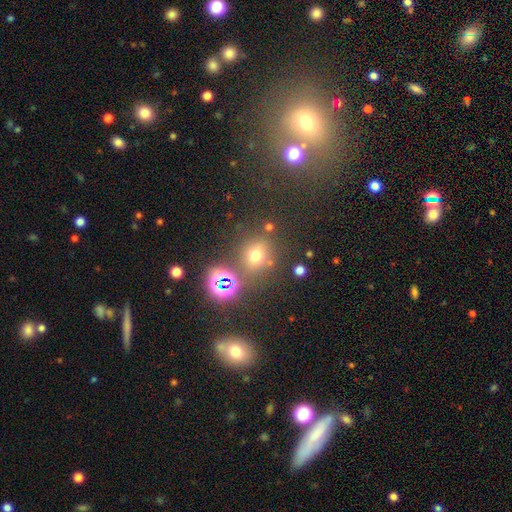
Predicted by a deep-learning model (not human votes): smooth-or-featured: smooth: 60% | star or artifact: 31% | featured or disk: 10%
  how-rounded: round: 77% | in between: 22% | cigar-shaped: 1%
  merging: none: 73% | minor disturbance: 12% | merger: 10% | major disturbance: 6%